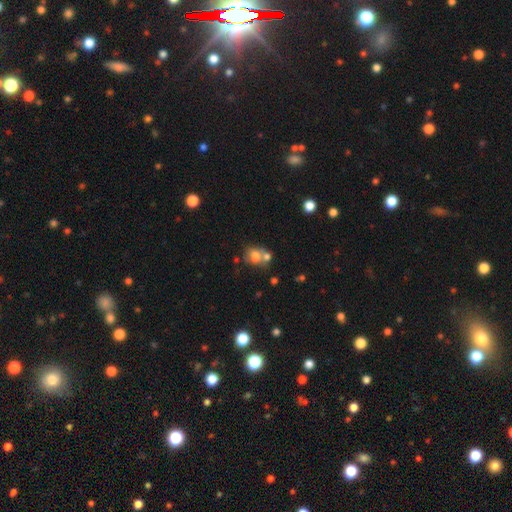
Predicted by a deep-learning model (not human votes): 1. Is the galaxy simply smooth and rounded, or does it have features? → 69% smooth, 19% featured or disk, 13% star or artifact.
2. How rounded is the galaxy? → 51% round, 48% in between, 1% cigar-shaped.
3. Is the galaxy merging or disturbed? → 44% merger, 38% none, 12% minor disturbance, 6% major disturbance.